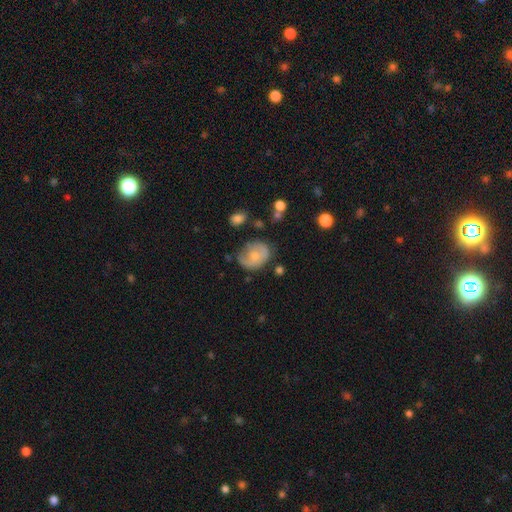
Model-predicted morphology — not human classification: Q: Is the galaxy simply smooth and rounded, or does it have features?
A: smooth — 47%.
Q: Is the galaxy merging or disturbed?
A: none — 51%.